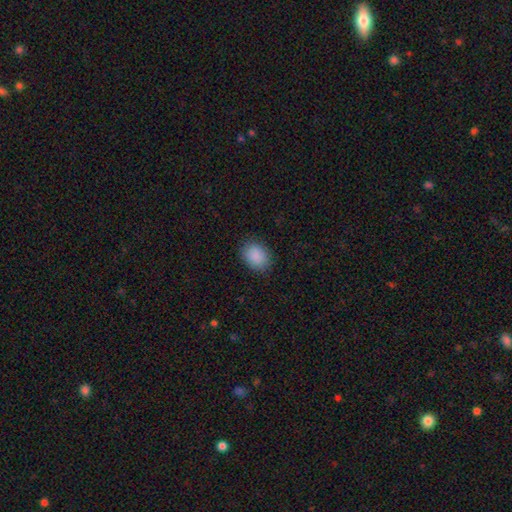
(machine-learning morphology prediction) smooth-or-featured: smooth: 89% | star or artifact: 7% | featured or disk: 3%
  how-rounded: in between: 64% | round: 35% | cigar-shaped: 1%
  merging: none: 87% | minor disturbance: 10% | major disturbance: 3% | merger: 1%